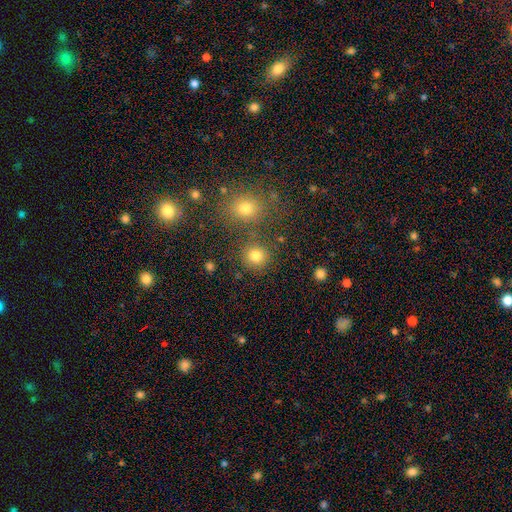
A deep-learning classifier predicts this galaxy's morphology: smooth 80%, star or artifact 14%, featured or disk 6%. Down the decision tree: how rounded — round (91%); merging — none (81%).